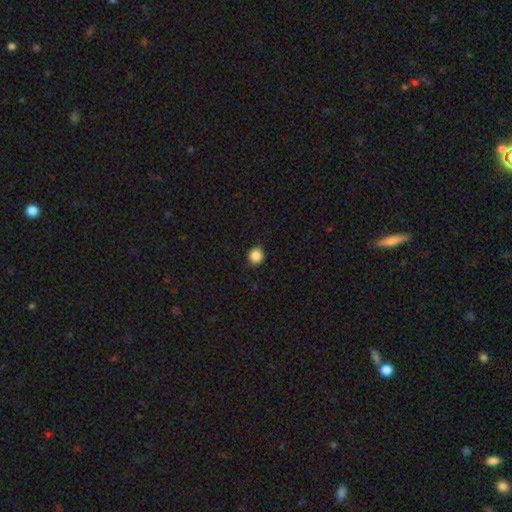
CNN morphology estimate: smooth-or-featured: smooth: 87% | star or artifact: 10% | featured or disk: 3%
  how-rounded: round: 88% | in between: 11% | cigar-shaped: 1%
  merging: none: 90% | minor disturbance: 7% | major disturbance: 2% | merger: 1%